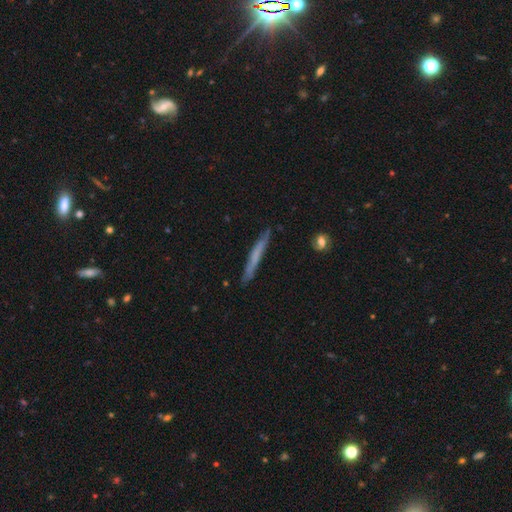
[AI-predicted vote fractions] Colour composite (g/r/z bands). It shows a smooth galaxy with no disk features (52%) that is cigar-shaped (96%). Merging: none (86%).